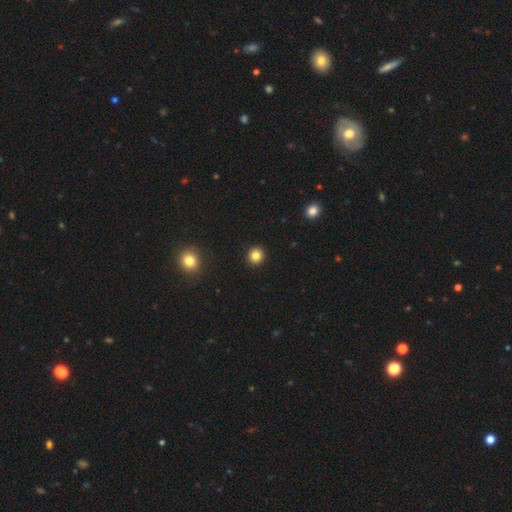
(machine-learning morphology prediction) This is clearly a smooth galaxy (83%). How rounded: clearly round (92%). Merging: clearly none (93%).